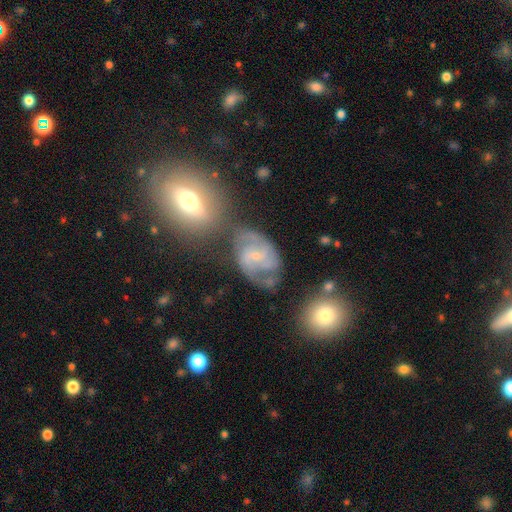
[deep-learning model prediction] smooth-or-featured: featured or disk: 81% | smooth: 12% | star or artifact: 7%
  disk-edge-on: no: 97% | yes: 3%
    bar: weak: 46% | no: 43% | strong: 10%
    has-spiral-arms: yes: 94% | no: 6%
      spiral-winding: medium: 51% | tight: 27% | loose: 22%
      spiral-arm-count: 2: 62% | 3: 15% | can't tell: 13% | 4: 4% | 1: 3% | more than 4: 3%
    bulge-size: small: 74% | moderate: 19% | none: 5% | large: 1% | dominant: 1%
  merging: none: 50% | merger: 20% | minor disturbance: 20% | major disturbance: 11%